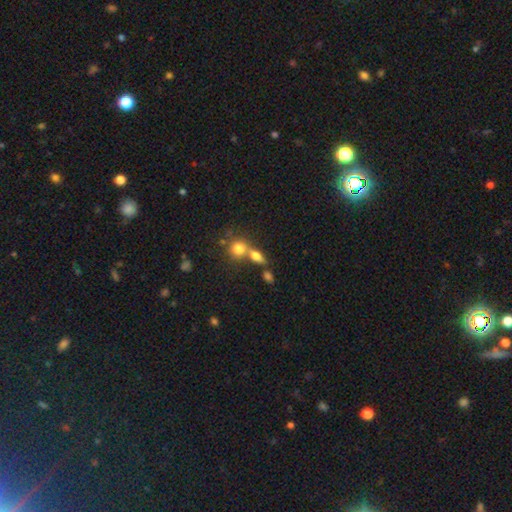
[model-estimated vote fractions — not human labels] smooth_or_featured: smooth (p=0.71) [alt: featured or disk p=0.17]
how_rounded: in between (p=0.58) [alt: round p=0.30]
merging: merger (p=0.43) [alt: none p=0.42]